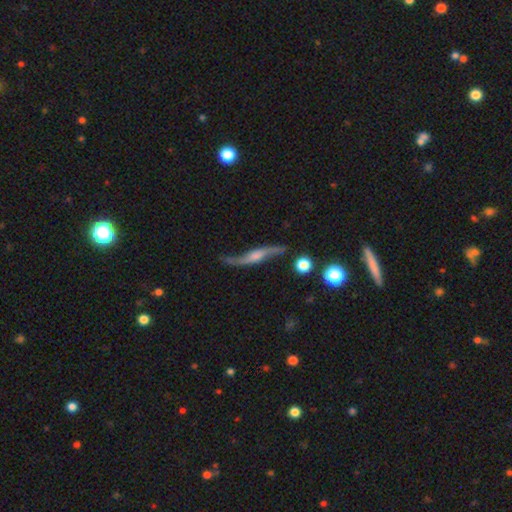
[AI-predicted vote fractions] Smooth or featured: featured or disk — 83% (smooth — 9%)
Edge-on disk: no — 60% (yes — 40%)
Bar: no — 54% (weak — 32%)
Spiral arms: yes — 94% (no — 6%)
Bulge size: moderate — 38% (small — 31%)
Merging: none — 71% (minor disturbance — 18%)